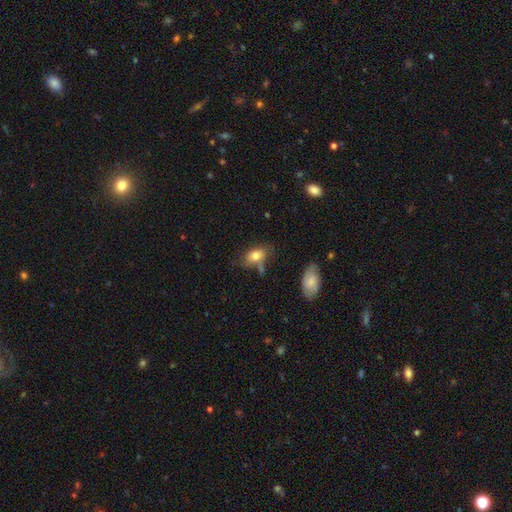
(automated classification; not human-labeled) Smooth or featured? Predicted: smooth (p=0.78). How rounded? Predicted: in between (p=0.87). Merging? Predicted: none (p=0.57).